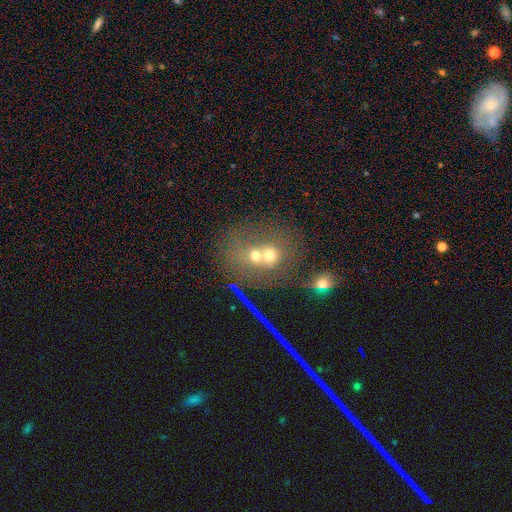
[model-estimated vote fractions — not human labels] Overall: smooth (45%; star or artifact 28%). Merging: merger (57%; none 32%).